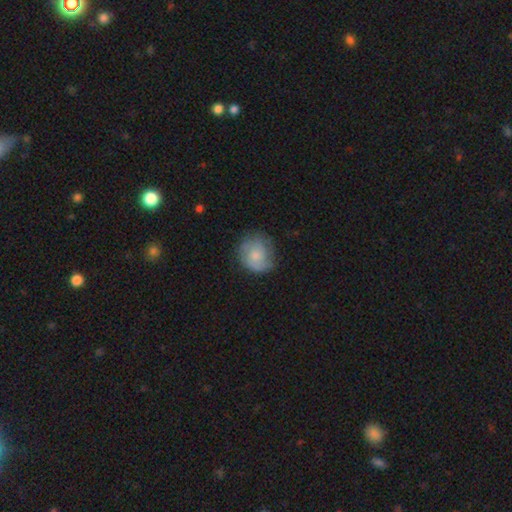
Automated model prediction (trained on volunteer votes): Smooth or featured: smooth — 52% (featured or disk — 41%)
How rounded: round — 79% (in between — 20%)
Merging: none — 70% (minor disturbance — 21%)